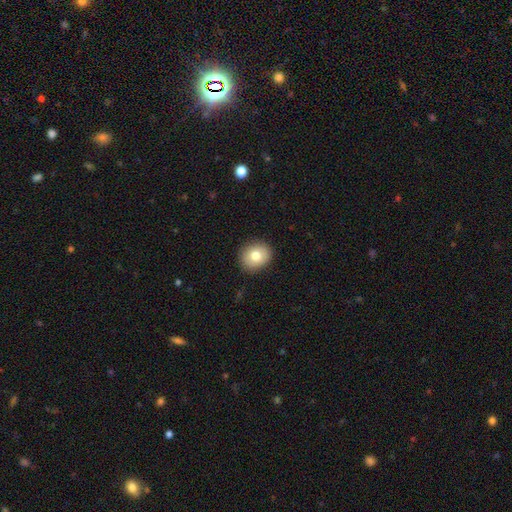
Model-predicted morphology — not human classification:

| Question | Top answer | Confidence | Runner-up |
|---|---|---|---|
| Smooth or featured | smooth | 78% | featured or disk (13%) |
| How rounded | round | 73% | in between (26%) |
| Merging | none | 89% | minor disturbance (8%) |